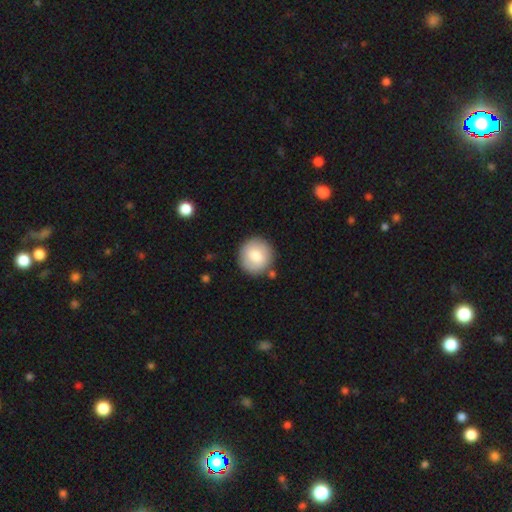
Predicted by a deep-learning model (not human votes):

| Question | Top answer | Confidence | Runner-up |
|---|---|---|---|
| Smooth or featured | smooth | 77% | featured or disk (16%) |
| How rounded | round | 94% | in between (5%) |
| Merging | none | 87% | minor disturbance (8%) |